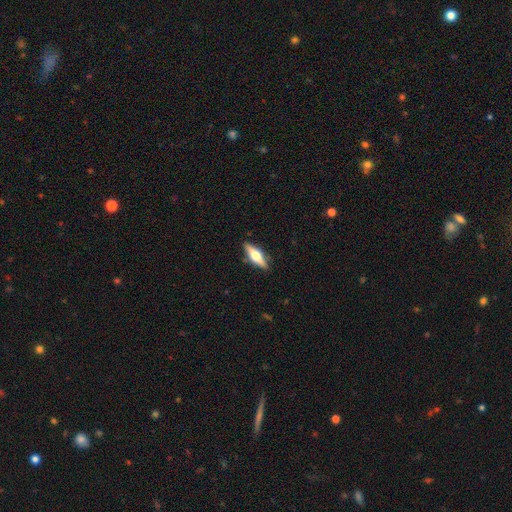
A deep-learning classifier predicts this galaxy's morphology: This appears to be a featured or disk galaxy (53%) viewed edge-on (92%). Merging: none (87%).